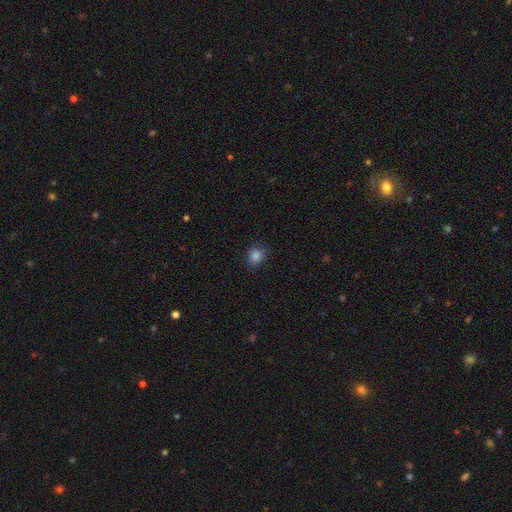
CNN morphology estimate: A smooth galaxy with no disk features (83%) that is round (66%). Merging: none (79%).